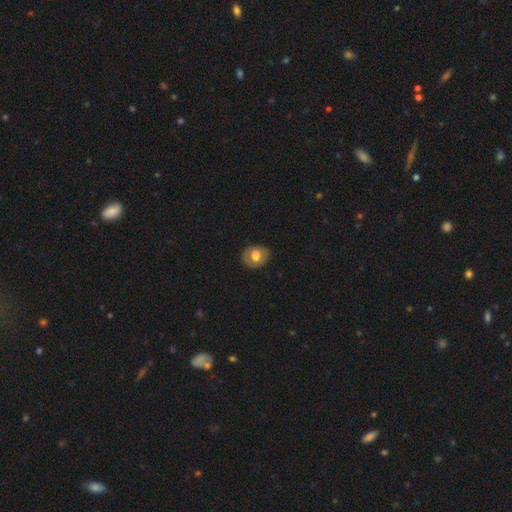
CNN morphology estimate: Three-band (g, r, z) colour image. It shows a smooth galaxy with no disk features (62%) that is round (58%). Merging: none (81%).